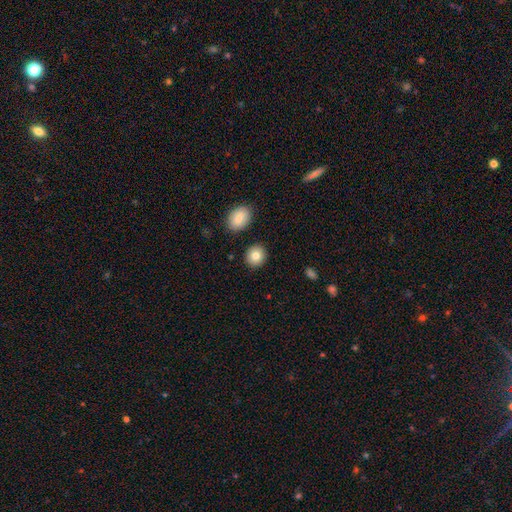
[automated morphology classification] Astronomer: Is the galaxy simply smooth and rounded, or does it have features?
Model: smooth — 82%.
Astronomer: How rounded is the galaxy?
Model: round — 79%.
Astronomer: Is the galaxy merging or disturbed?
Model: none — 88%.